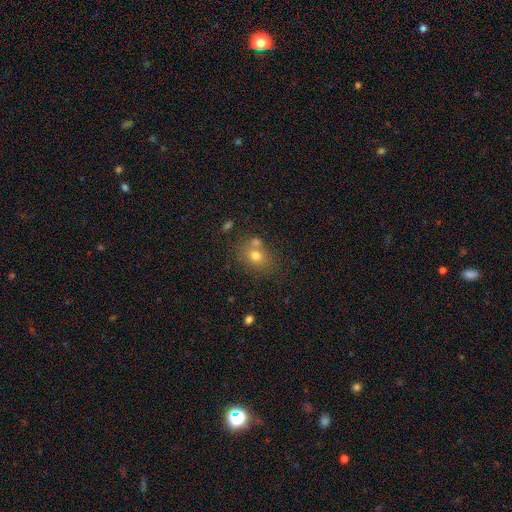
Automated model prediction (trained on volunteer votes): Smooth or featured?
  - smooth: 72% *
  - featured or disk: 14%
  - star or artifact: 14%
How rounded?
  - round: 52% *
  - in between: 47%
  - cigar-shaped: 1%
Merging?
  - none: 60% *
  - merger: 23%
  - minor disturbance: 13%
  - major disturbance: 4%